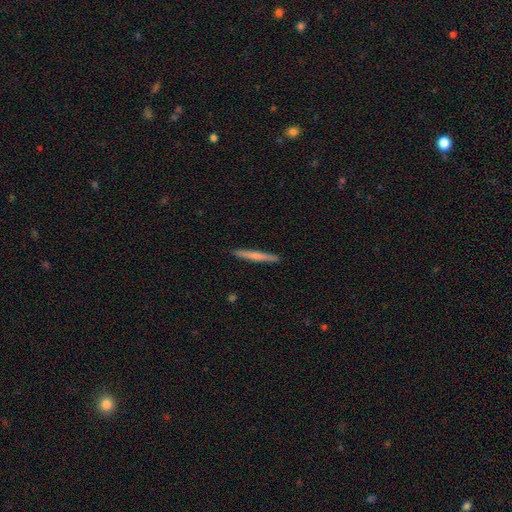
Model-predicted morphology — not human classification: Smooth or featured: smooth — 59% (featured or disk — 36%)
How rounded: cigar-shaped — 96% (in between — 2%)
Merging: none — 92% (minor disturbance — 6%)